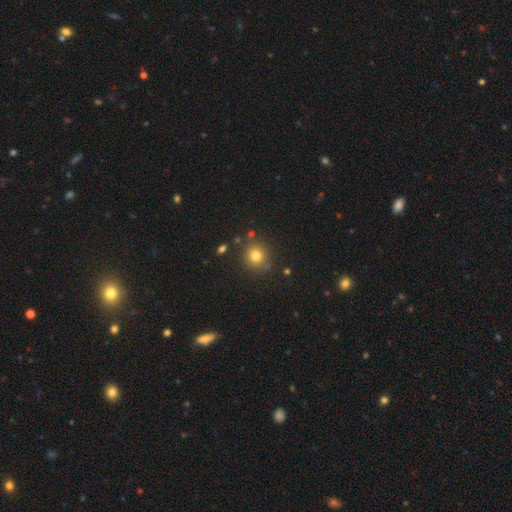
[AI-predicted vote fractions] Overall: smooth (79%). How rounded: round (90%). Merging: none (83%).